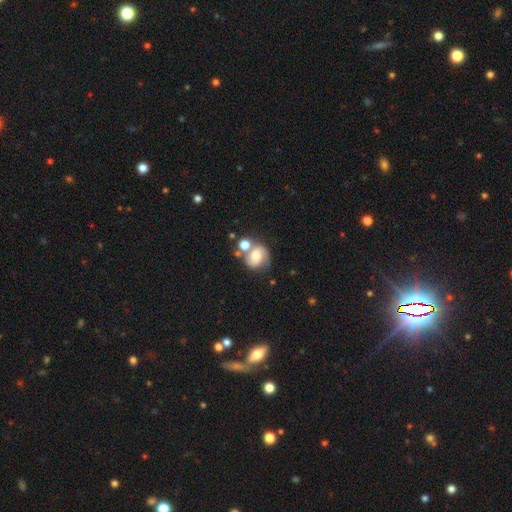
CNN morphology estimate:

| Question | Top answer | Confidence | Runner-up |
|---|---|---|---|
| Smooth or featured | featured or disk | 45% | tied: smooth (45%) |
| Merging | none | 38% | merger (33%) |